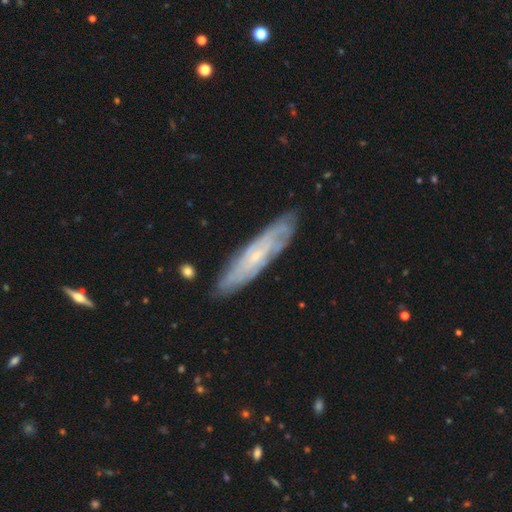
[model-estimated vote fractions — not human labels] The model was most divided on "edge-on disk": no: 62%, yes: 38%. More confident: merging — none (82%); smooth or featured — featured or disk (67%).